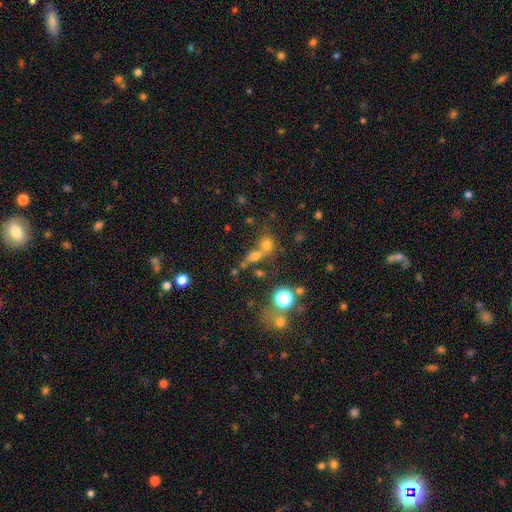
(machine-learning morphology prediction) Smooth or featured?
  - smooth: 61% *
  - star or artifact: 23%
  - featured or disk: 17%
How rounded?
  - round: 55% *
  - in between: 38%
  - cigar-shaped: 7%
Merging?
  - merger: 47% *
  - none: 37%
  - minor disturbance: 9%
  - major disturbance: 7%